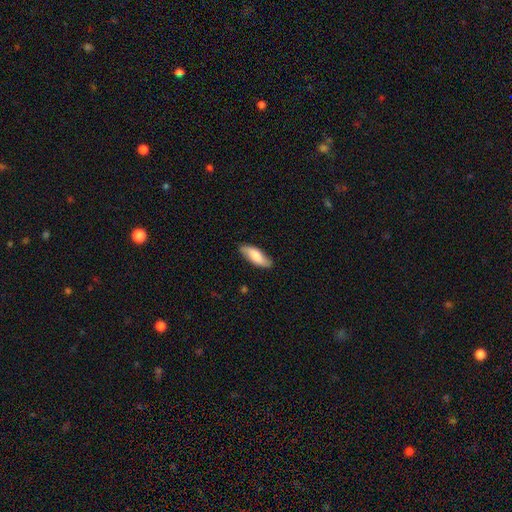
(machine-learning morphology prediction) A smooth galaxy with no disk features (77%) that is in between round and cigar-shaped (65%). Merging: none (84%).